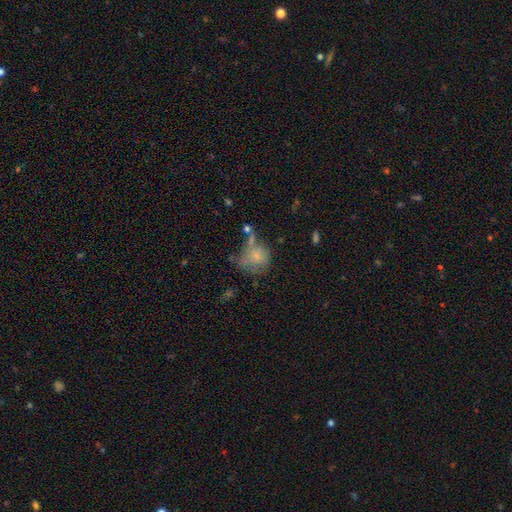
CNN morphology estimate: The model was most divided on "merging": none: 39%, minor disturbance: 24%, major disturbance: 20%, merger: 17%. More confident: how rounded — round (73%); smooth or featured — smooth (71%).